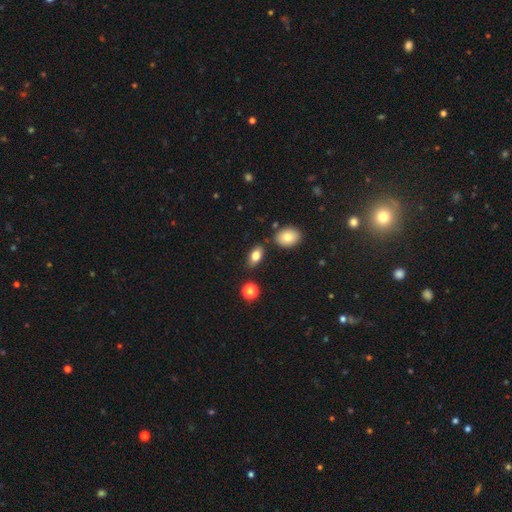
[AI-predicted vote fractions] This appears to be a smooth galaxy with no disk features (78%) that is in between round and cigar-shaped (86%). Merging: none (79%).